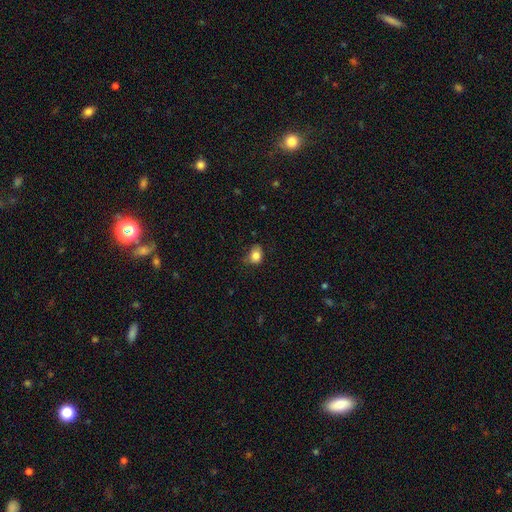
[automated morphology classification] Smooth or featured?
  - smooth: 83% *
  - star or artifact: 10%
  - featured or disk: 7%
How rounded?
  - in between: 54% *
  - round: 45%
  - cigar-shaped: 1%
Merging?
  - none: 58% *
  - minor disturbance: 32%
  - major disturbance: 8%
  - merger: 2%